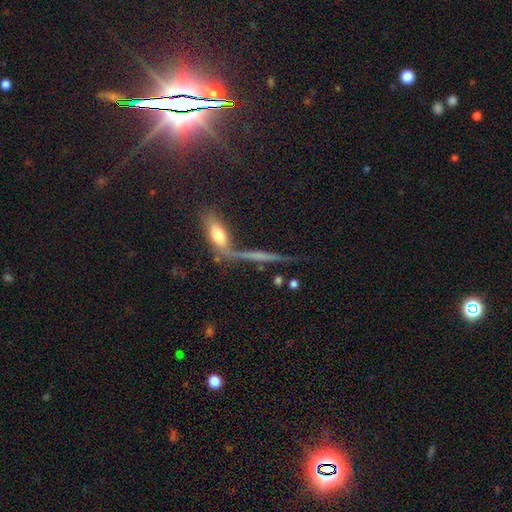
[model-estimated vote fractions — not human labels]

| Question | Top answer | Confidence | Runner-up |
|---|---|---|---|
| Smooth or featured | featured or disk | 45% | smooth (29%) |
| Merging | none | 49% | merger (27%) |